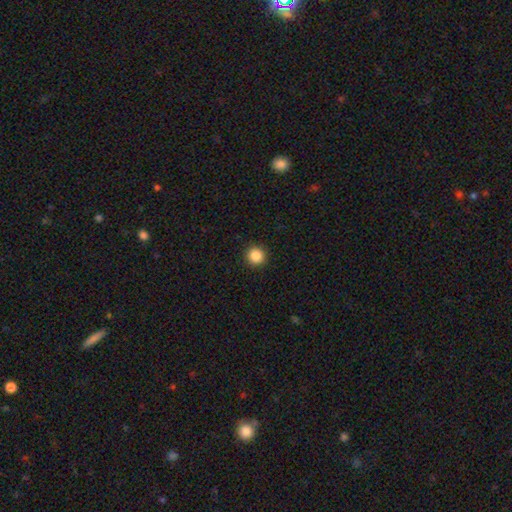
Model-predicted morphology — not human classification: Smooth or featured? Predicted: smooth (p=0.87). How rounded? Predicted: round (p=0.95). Merging? Predicted: none (p=0.93).